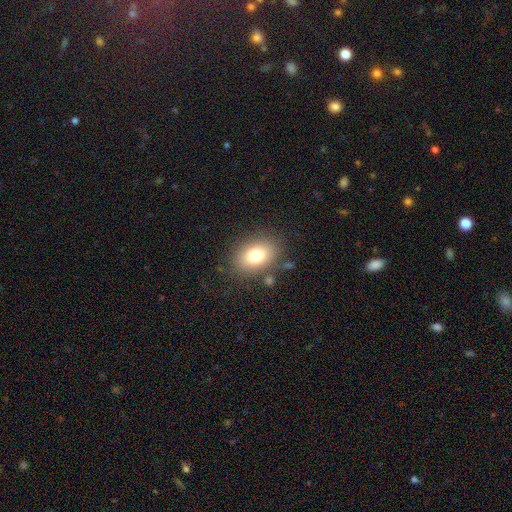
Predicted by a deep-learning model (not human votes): A smooth galaxy with no disk features (78%) that is in between round and cigar-shaped (80%).

Vote fractions:
- Smooth or featured? smooth: 78% / featured or disk: 12% / star or artifact: 10%
- How rounded? in between: 80% / round: 19% / cigar-shaped: 1%
- Merging? none: 81% / minor disturbance: 12% / major disturbance: 4% / merger: 3%